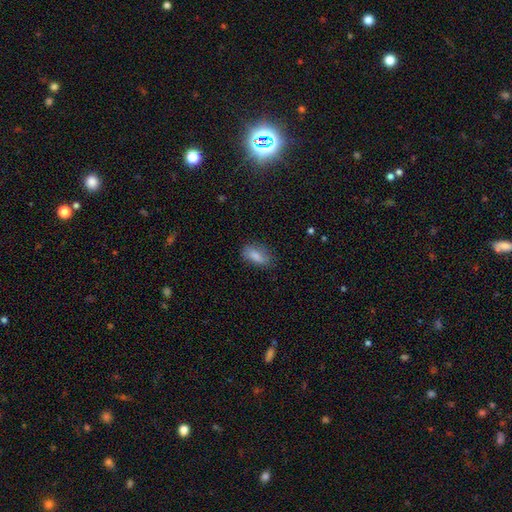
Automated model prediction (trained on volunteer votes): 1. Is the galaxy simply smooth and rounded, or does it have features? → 82% smooth, 10% featured or disk, 8% star or artifact.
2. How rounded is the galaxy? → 85% in between, 10% cigar-shaped, 5% round.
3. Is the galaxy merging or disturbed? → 71% none, 21% minor disturbance, 6% major disturbance, 1% merger.